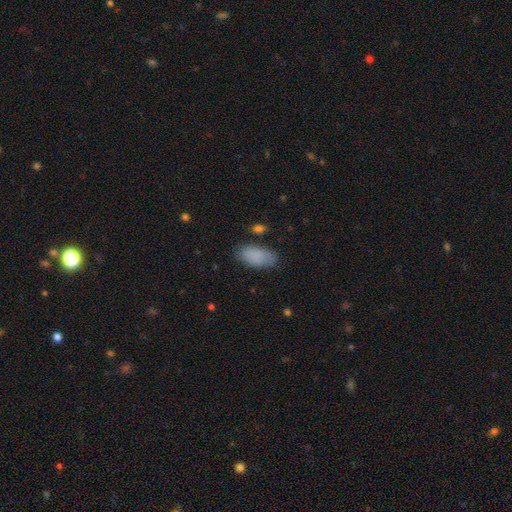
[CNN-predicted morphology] The model was most divided on "merging": none: 74%, minor disturbance: 18%, major disturbance: 5%, merger: 3%. More confident: how rounded — in between (92%); smooth or featured — smooth (86%).